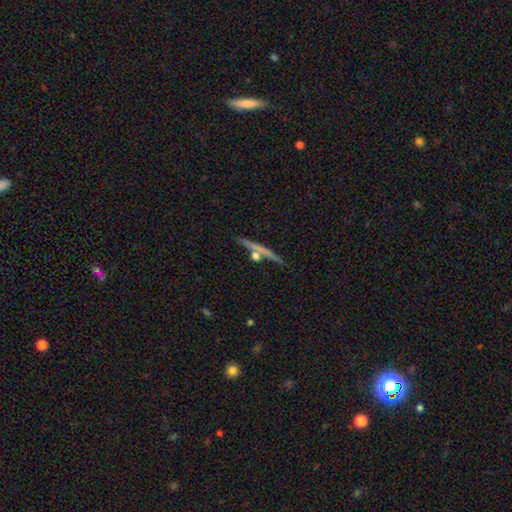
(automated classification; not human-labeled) smooth-or-featured: smooth: 46% | featured or disk: 42% | star or artifact: 12%
  merging: none: 66% | merger: 18% | minor disturbance: 11% | major disturbance: 5%